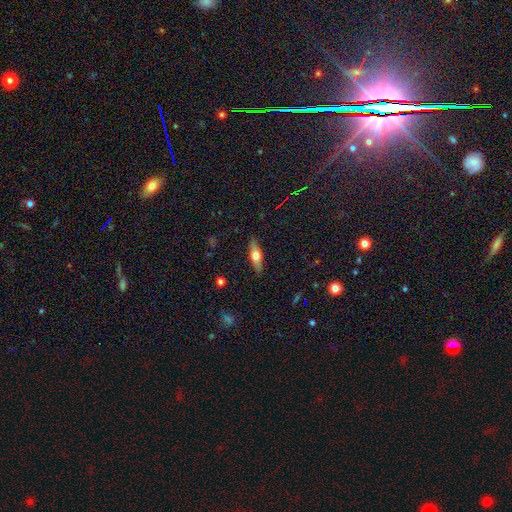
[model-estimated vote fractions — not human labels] smooth_or_featured: smooth (p=0.48) [alt: featured or disk p=0.45]
merging: none (p=0.89) [alt: minor disturbance p=0.08]